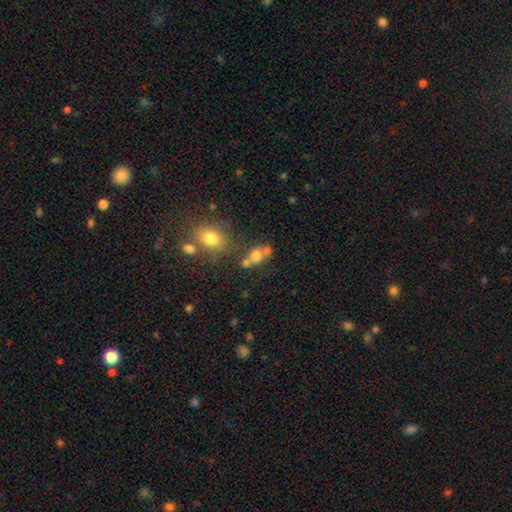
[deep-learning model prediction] Smooth or featured? Predicted: smooth (p=0.69). How rounded? Predicted: in between (p=0.50). Merging? Predicted: none (p=0.42).